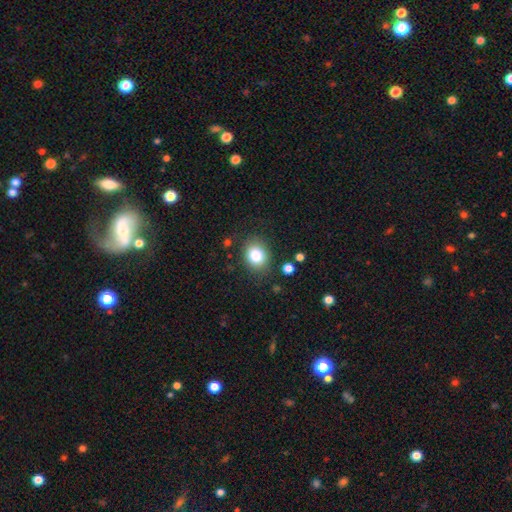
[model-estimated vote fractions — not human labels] Smooth or featured? smooth (83%)
How rounded? round (54%)
Merging? none (82%)